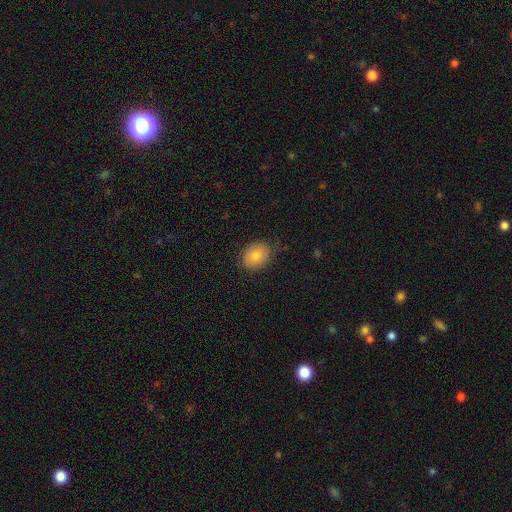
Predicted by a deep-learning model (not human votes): This appears to be a smooth galaxy with no disk features (82%) that is in between round and cigar-shaped (62%). Merging: none (79%).